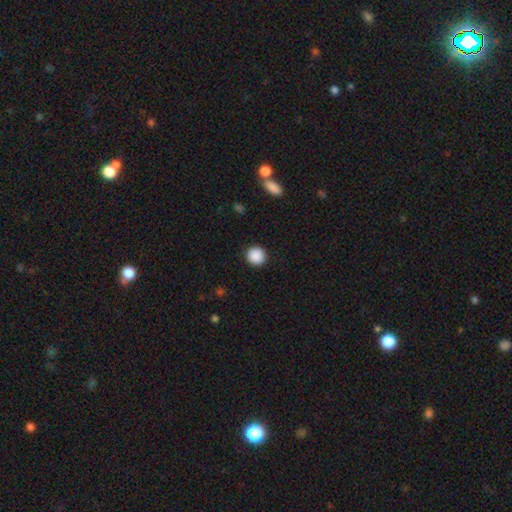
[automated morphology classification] Smooth or featured: smooth — 89% (star or artifact — 8%)
How rounded: round — 94% (in between — 5%)
Merging: none — 92% (minor disturbance — 5%)